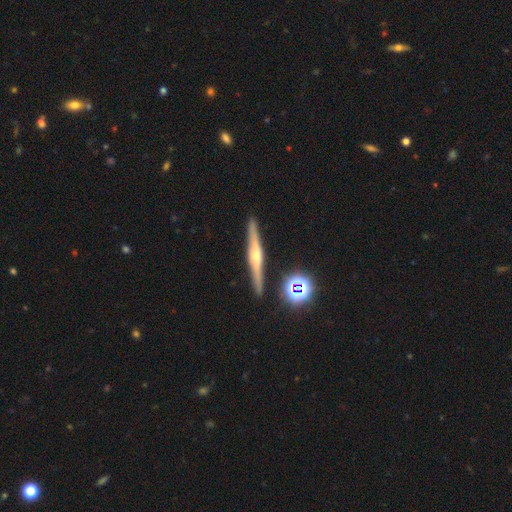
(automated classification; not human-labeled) Smooth or featured: featured or disk — 76% (smooth — 15%)
Edge-on disk: yes — 97% (no — 3%)
Edge-on bulge: rounded — 86% (none — 8%)
Merging: none — 90% (minor disturbance — 6%)